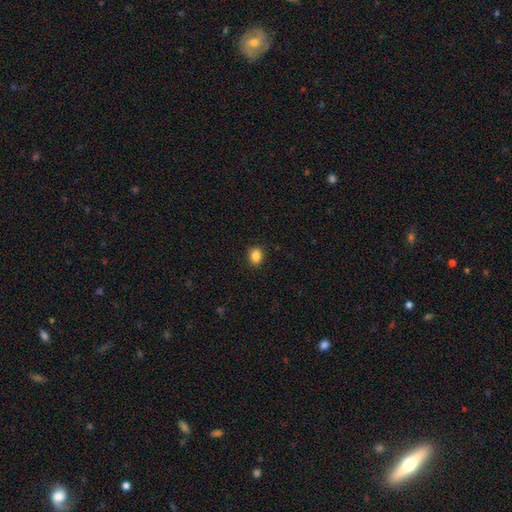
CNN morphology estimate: Smooth or featured?
  - smooth: 86% *
  - star or artifact: 10%
  - featured or disk: 4%
How rounded?
  - round: 53% *
  - in between: 46%
  - cigar-shaped: 1%
Merging?
  - none: 89% *
  - minor disturbance: 8%
  - major disturbance: 2%
  - merger: 1%